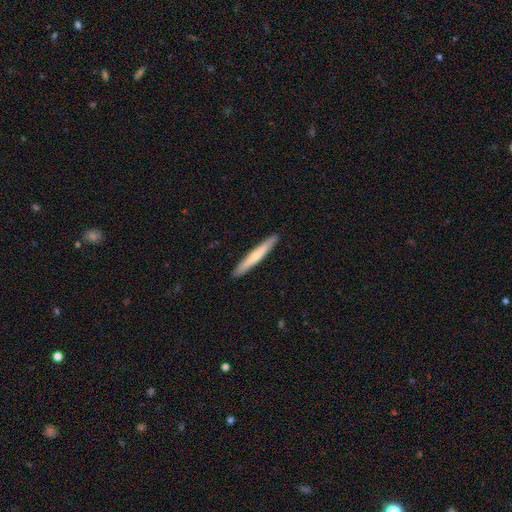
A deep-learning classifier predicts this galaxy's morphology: This appears to be a smooth galaxy with no disk features (53%) that is cigar-shaped (96%). Merging: none (92%).